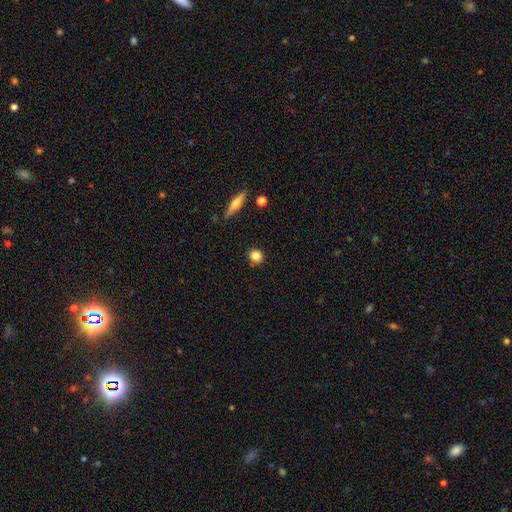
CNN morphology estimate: Smooth or featured?
  - smooth: 83% *
  - star or artifact: 10%
  - featured or disk: 8%
How rounded?
  - round: 86% *
  - in between: 12%
  - cigar-shaped: 2%
Merging?
  - none: 86% *
  - minor disturbance: 9%
  - merger: 3%
  - major disturbance: 2%